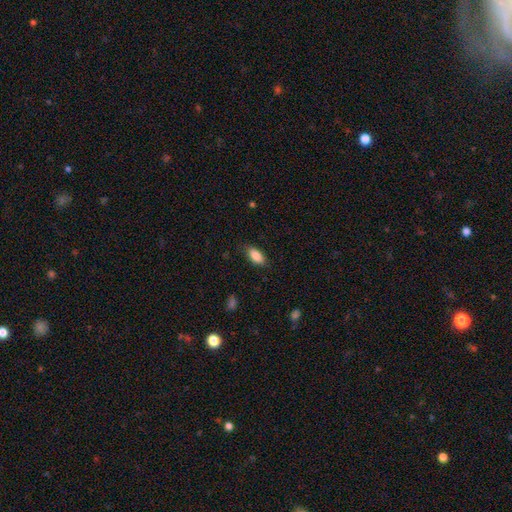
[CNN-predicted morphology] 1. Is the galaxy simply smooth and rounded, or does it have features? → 86% smooth, 7% featured or disk, 7% star or artifact.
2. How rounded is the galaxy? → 89% in between, 8% cigar-shaped, 3% round.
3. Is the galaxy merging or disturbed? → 81% none, 15% minor disturbance, 3% major disturbance, 1% merger.